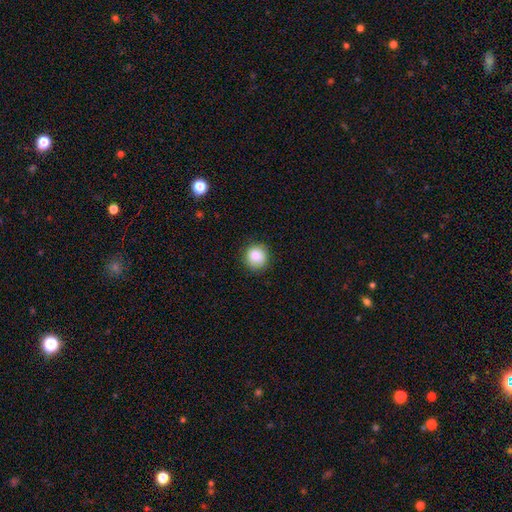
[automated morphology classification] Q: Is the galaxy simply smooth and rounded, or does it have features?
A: smooth — 86%.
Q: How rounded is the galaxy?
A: round — 91%.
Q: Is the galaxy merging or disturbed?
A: none — 85%.